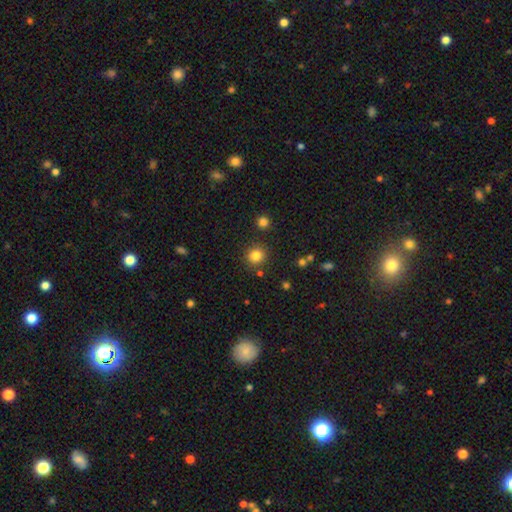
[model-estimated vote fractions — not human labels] Q: Smooth or featured?
A: smooth (83%); runner-up: star or artifact (12%)
Q: How rounded?
A: round (91%); runner-up: in between (8%)
Q: Merging?
A: none (87%); runner-up: minor disturbance (6%)